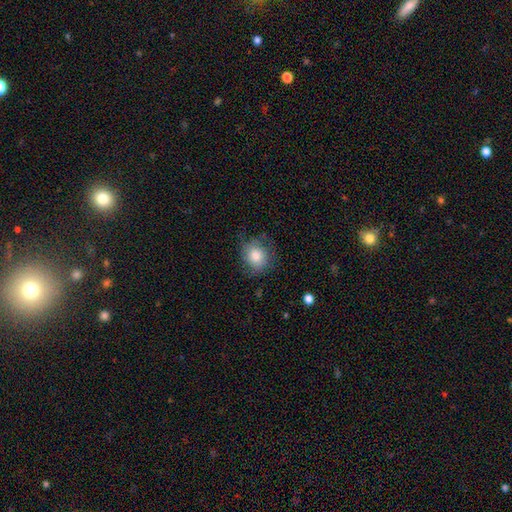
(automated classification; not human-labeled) This is likely a smooth galaxy (76%). How rounded: clearly round (80%). Merging: likely none (69%).